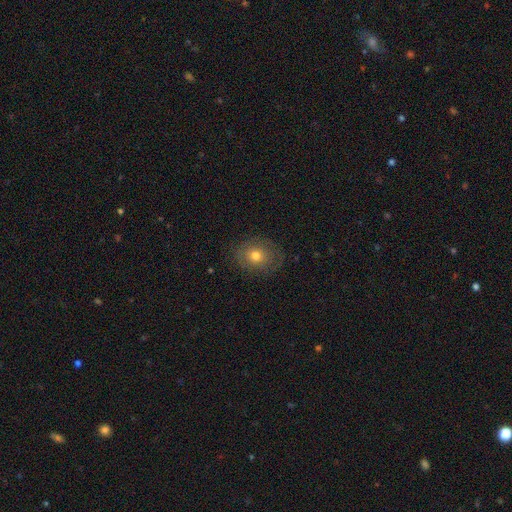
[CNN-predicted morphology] A smooth galaxy with no disk features (65%) that is round (59%).

Vote fractions:
- Smooth or featured? smooth: 65% / featured or disk: 25% / star or artifact: 10%
- How rounded? round: 59% / in between: 40% / cigar-shaped: 1%
- Merging? none: 76% / minor disturbance: 16% / major disturbance: 7% / merger: 1%